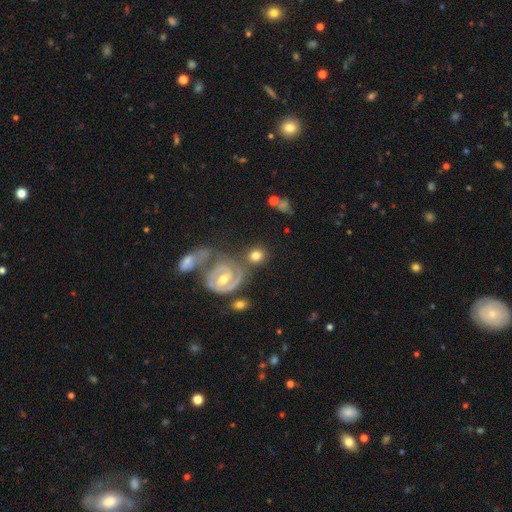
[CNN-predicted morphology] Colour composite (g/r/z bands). It shows a smooth galaxy with no disk features (58%) that is round (77%). Merging: none (61%).